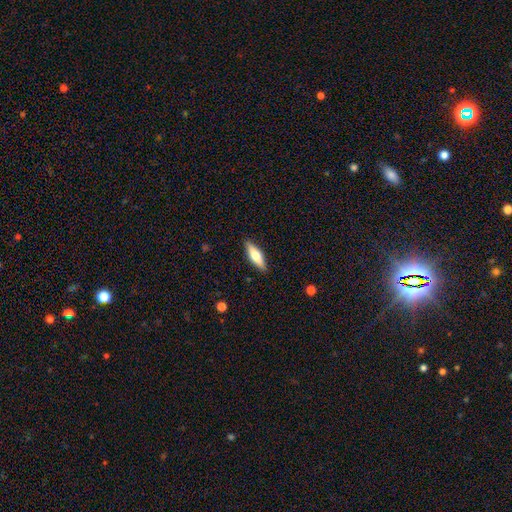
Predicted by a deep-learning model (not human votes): Q: Smooth or featured?
A: smooth (61%); runner-up: featured or disk (34%)
Q: How rounded?
A: cigar-shaped (56%); runner-up: in between (42%)
Q: Merging?
A: none (89%); runner-up: minor disturbance (8%)